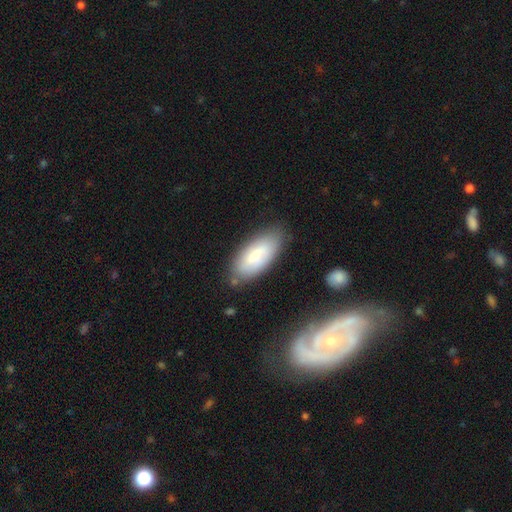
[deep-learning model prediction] The model was most divided on "smooth or featured": smooth: 71%, featured or disk: 22%, star or artifact: 7%. More confident: how rounded — in between (87%); merging — none (77%).